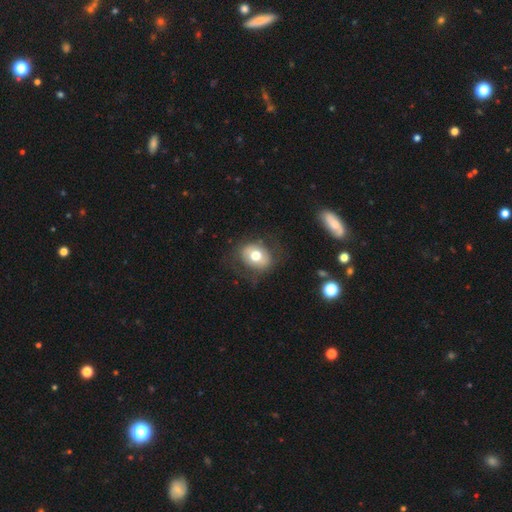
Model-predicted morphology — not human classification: Q: Smooth or featured?
A: smooth (65%); runner-up: featured or disk (26%)
Q: How rounded?
A: round (54%); runner-up: in between (45%)
Q: Merging?
A: none (73%); runner-up: minor disturbance (16%)